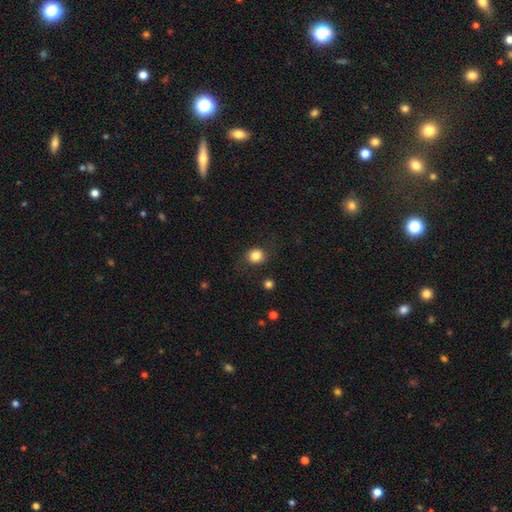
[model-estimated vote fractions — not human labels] Smooth or featured? Predicted: smooth (p=0.83). How rounded? Predicted: round (p=0.83). Merging? Predicted: none (p=0.82).